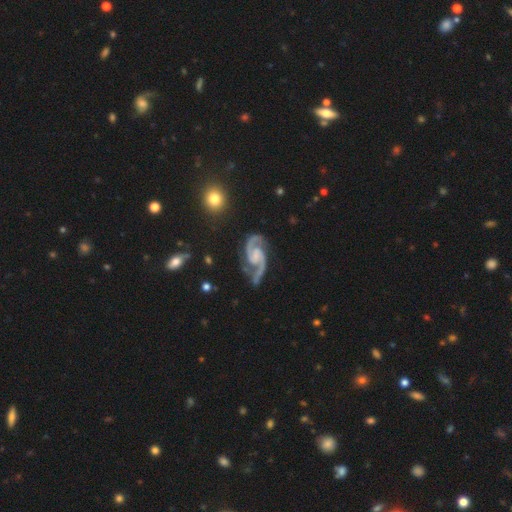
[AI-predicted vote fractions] This appears to be a featured or disk galaxy (94%) with a weak bar (43%), 2 (94%) medium (61%) spiral arms (98%) and no central bulge (40%). Merging: none (71%).